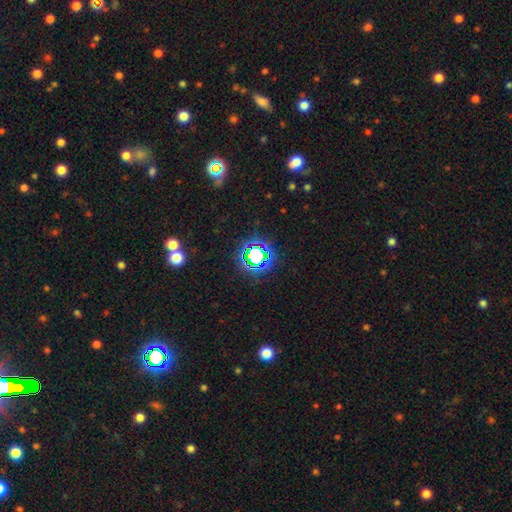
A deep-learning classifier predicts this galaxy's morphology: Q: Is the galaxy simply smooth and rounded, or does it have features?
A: star or artifact — 64%.